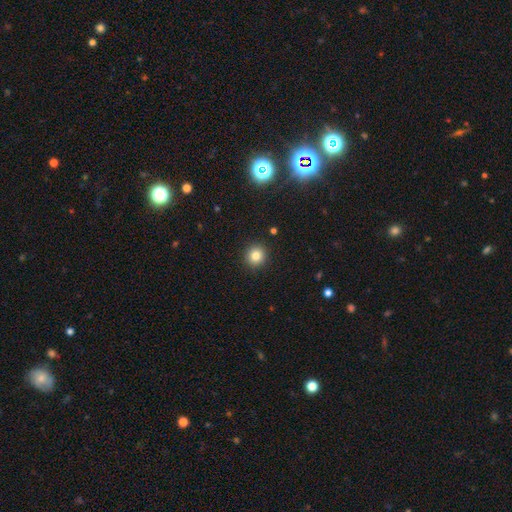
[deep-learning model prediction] smooth 82%, star or artifact 12%, featured or disk 6%. Down the decision tree: how rounded — round (92%); merging — none (92%).